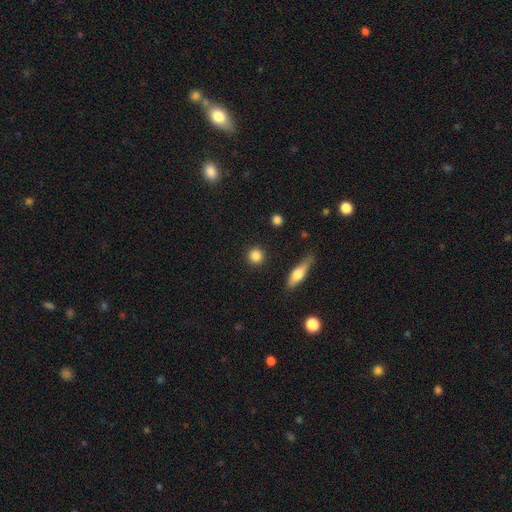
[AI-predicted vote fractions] smooth_or_featured: smooth (p=0.86) [alt: star or artifact p=0.08]
how_rounded: round (p=0.91) [alt: in between p=0.07]
merging: none (p=0.91) [alt: minor disturbance p=0.05]